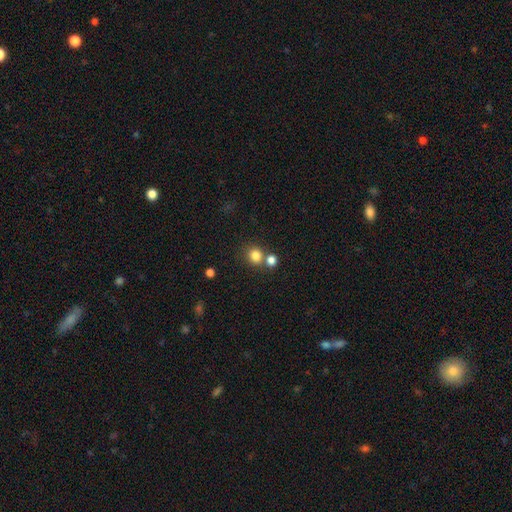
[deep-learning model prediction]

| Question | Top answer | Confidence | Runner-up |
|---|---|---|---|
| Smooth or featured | smooth | 82% | star or artifact (12%) |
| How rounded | round | 84% | in between (15%) |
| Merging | none | 62% | merger (26%) |